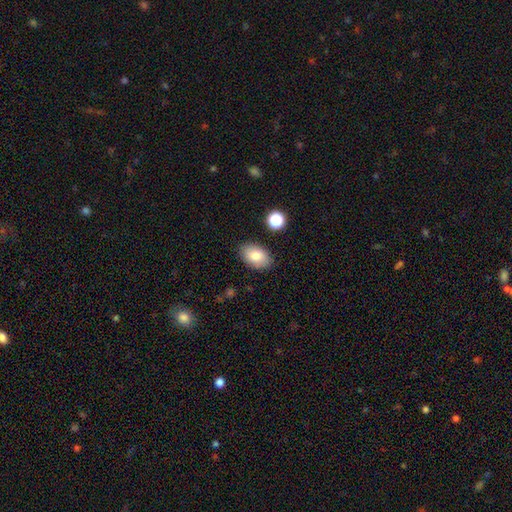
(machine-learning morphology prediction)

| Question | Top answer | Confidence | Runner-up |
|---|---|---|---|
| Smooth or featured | smooth | 82% | featured or disk (11%) |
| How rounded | in between | 89% | round (9%) |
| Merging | none | 85% | minor disturbance (10%) |